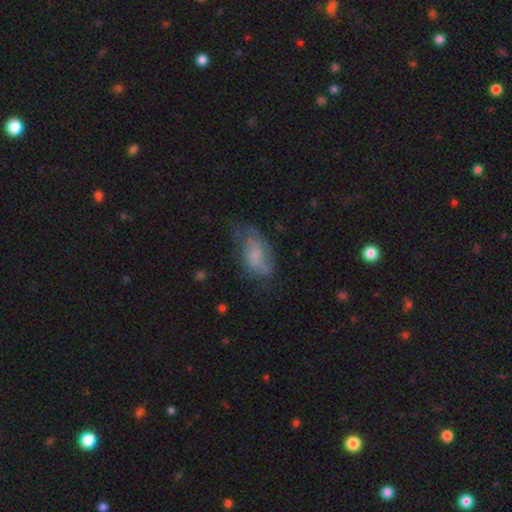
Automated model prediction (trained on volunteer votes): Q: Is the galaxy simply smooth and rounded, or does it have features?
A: smooth — 57%.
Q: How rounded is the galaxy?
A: in between — 90%.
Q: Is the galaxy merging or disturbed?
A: none — 36%.